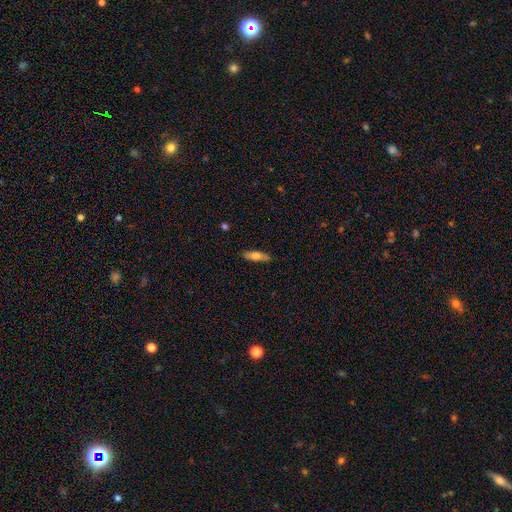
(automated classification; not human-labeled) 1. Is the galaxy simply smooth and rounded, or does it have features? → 69% smooth, 25% featured or disk, 6% star or artifact.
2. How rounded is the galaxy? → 59% cigar-shaped, 39% in between, 2% round.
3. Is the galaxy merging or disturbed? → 85% none, 12% minor disturbance, 2% major disturbance, 1% merger.